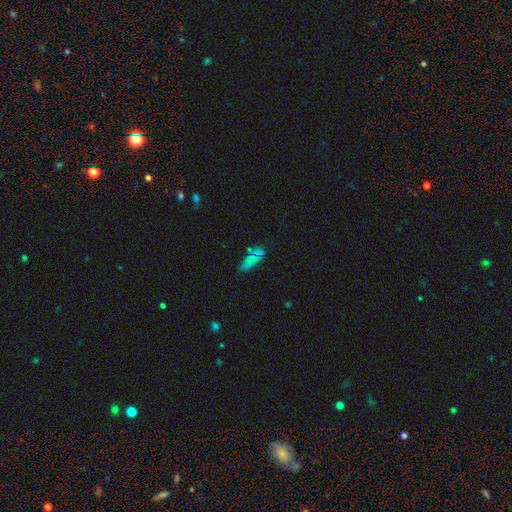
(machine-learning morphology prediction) type=smooth (60%); roundness=in between (75%); merging=none (67%).